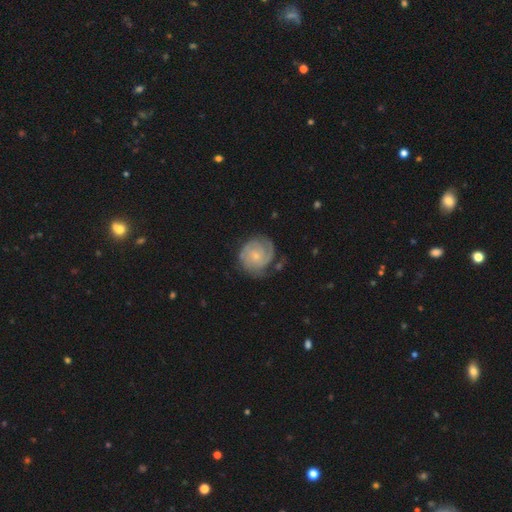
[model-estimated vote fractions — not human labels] This is clearly a featured or disk galaxy (80%). It is clearly not viewed edge-on (98%). Bar: likely no (71%). Spiral arm pattern: clearly yes (95%). Spiral arm count: possibly 2 (47%). Spiral winding: likely tight (67%). Central bulge: likely small (74%). Merging: likely none (70%).